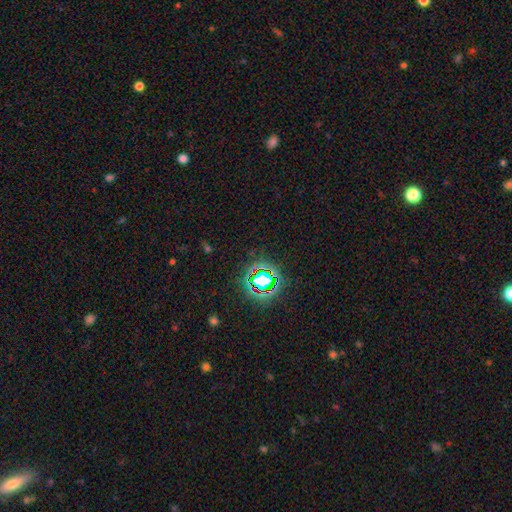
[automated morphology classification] The model was most divided on "smooth or featured": star or artifact: 78%, smooth: 14%, featured or disk: 8%.